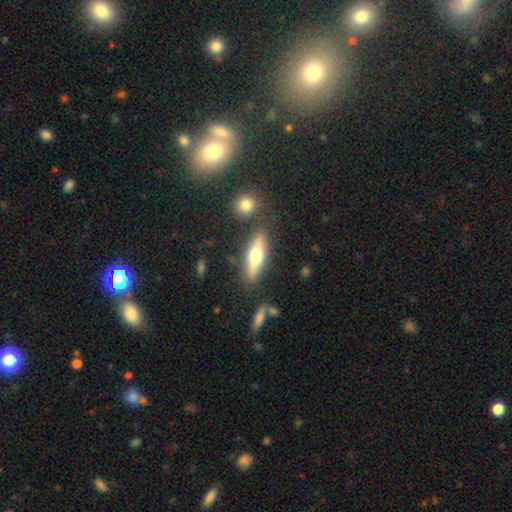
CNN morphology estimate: Smooth or featured? Predicted: featured or disk (p=0.52). Edge-on disk? Predicted: yes (p=0.90). Merging? Predicted: none (p=0.80).